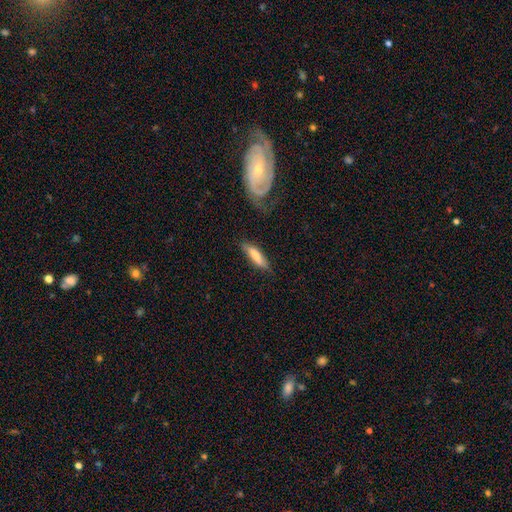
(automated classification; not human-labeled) A smooth galaxy with no disk features (71%) that is cigar-shaped (71%).

Vote fractions:
- Smooth or featured? smooth: 71% / featured or disk: 23% / star or artifact: 6%
- How rounded? cigar-shaped: 71% / in between: 28% / round: 2%
- Merging? none: 68% / minor disturbance: 21% / major disturbance: 7% / merger: 4%